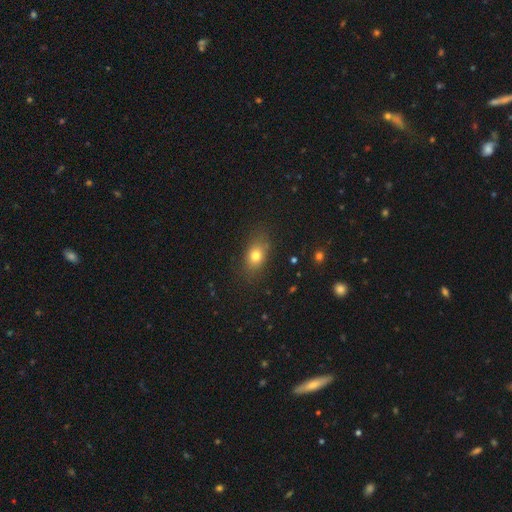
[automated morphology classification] smooth-or-featured: smooth: 77% | star or artifact: 12% | featured or disk: 11%
  how-rounded: in between: 71% | round: 26% | cigar-shaped: 3%
  merging: none: 79% | minor disturbance: 15% | major disturbance: 5% | merger: 1%